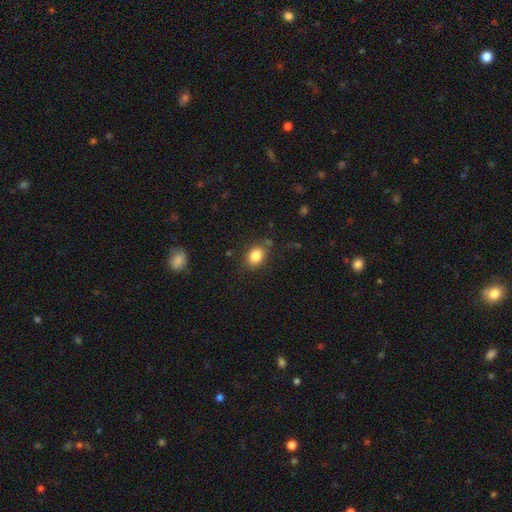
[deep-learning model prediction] This is clearly a smooth galaxy (85%). How rounded: likely in between (69%). Merging: likely none (79%).